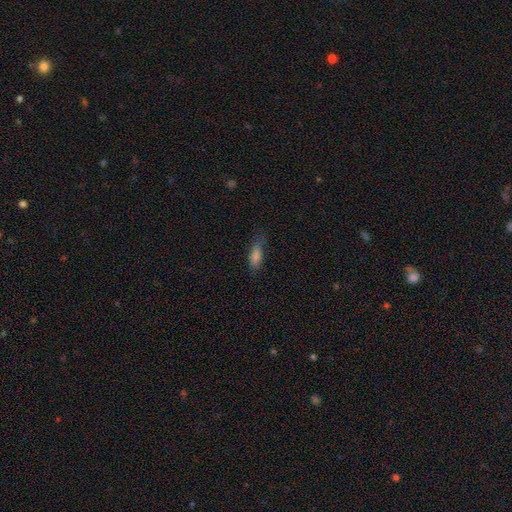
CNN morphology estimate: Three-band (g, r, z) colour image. It shows a smooth galaxy with no disk features (81%) that is in between round and cigar-shaped (59%). Merging: none (61%).